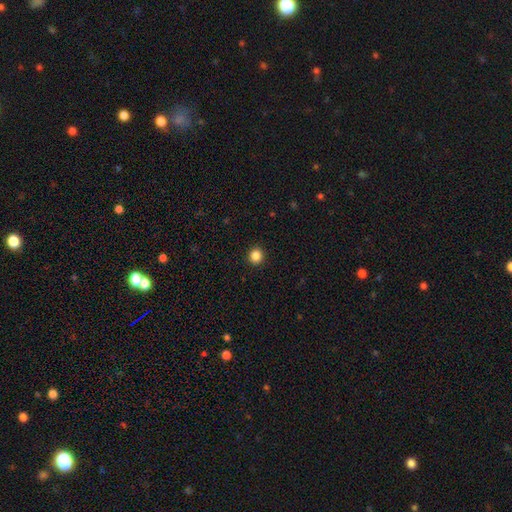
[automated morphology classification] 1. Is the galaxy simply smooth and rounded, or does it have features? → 86% smooth, 11% star or artifact, 3% featured or disk.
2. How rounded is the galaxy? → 90% round, 9% in between, 1% cigar-shaped.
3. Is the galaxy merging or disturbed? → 93% none, 4% minor disturbance, 2% major disturbance, 1% merger.